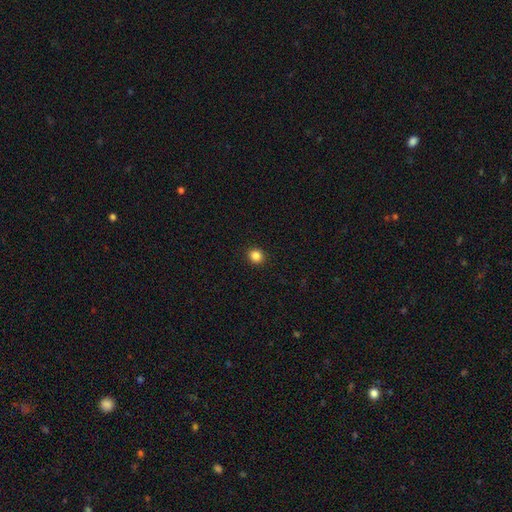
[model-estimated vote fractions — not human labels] Smooth or featured?
  - smooth: 86% *
  - star or artifact: 11%
  - featured or disk: 3%
How rounded?
  - round: 86% *
  - in between: 13%
  - cigar-shaped: 1%
Merging?
  - none: 93% *
  - minor disturbance: 5%
  - major disturbance: 2%
  - merger: 1%